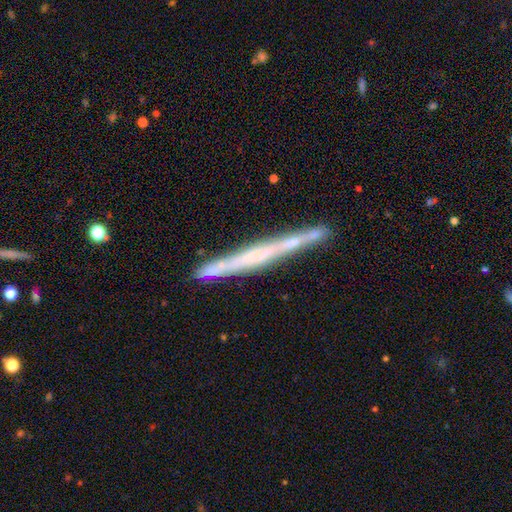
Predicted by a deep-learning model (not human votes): This appears to be a featured or disk galaxy (64%) viewed edge-on (96%) with no central bulge (78%). Merging: none (84%).